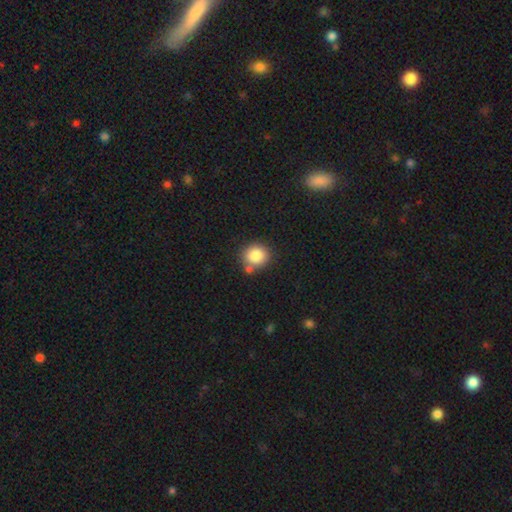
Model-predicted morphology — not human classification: smooth_or_featured: smooth (p=0.84) [alt: star or artifact p=0.10]
how_rounded: round (p=0.84) [alt: in between p=0.15]
merging: none (p=0.72) [alt: merger p=0.14]